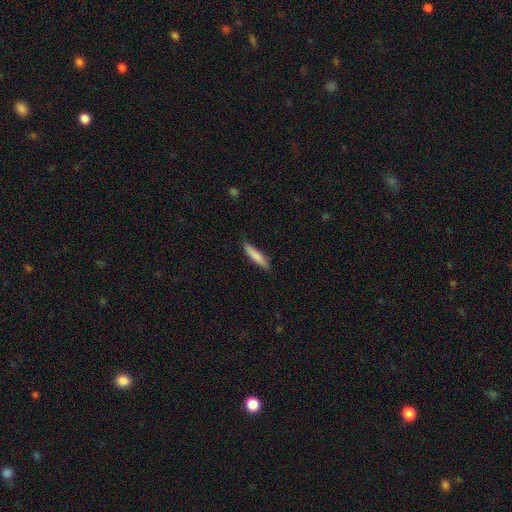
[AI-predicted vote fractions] smooth 81%, featured or disk 14%, star or artifact 6%. Down the decision tree: how rounded — cigar-shaped (83%); merging — none (81%).